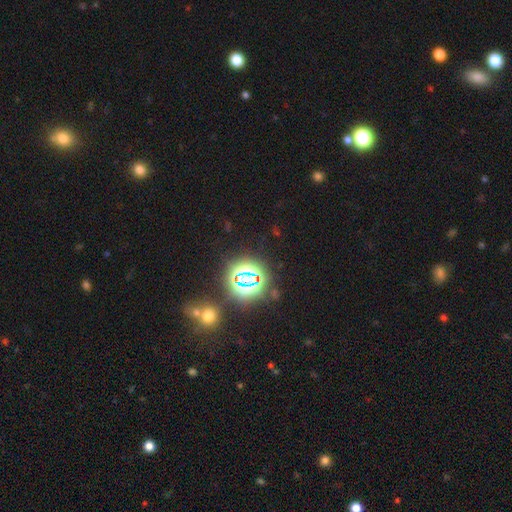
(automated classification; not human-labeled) Overall: star or artifact (76%).